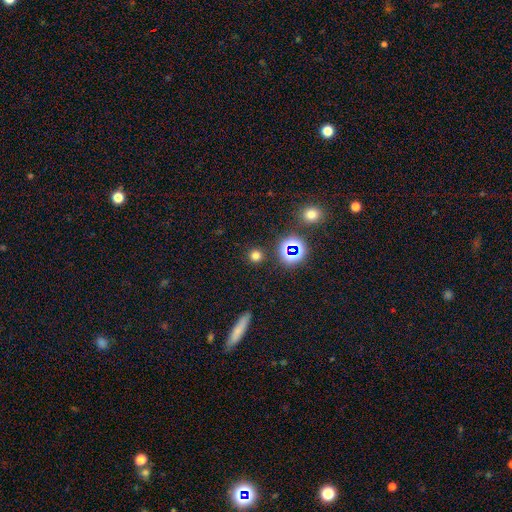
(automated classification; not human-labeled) Q: Smooth or featured?
A: smooth (69%); runner-up: star or artifact (25%)
Q: How rounded?
A: round (93%); runner-up: in between (6%)
Q: Merging?
A: none (89%); runner-up: minor disturbance (6%)